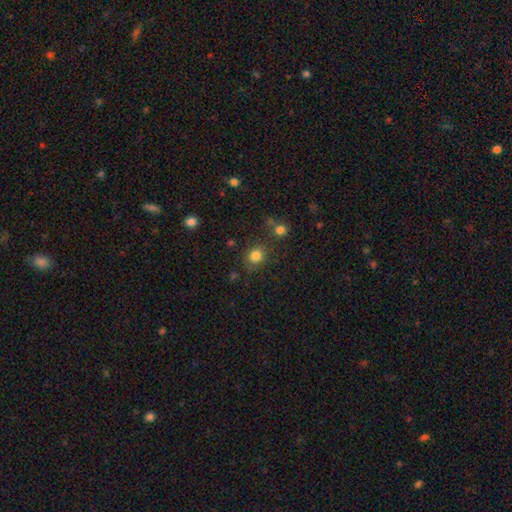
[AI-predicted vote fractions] This is clearly a smooth galaxy (82%). How rounded: likely round (80%). Merging: likely none (78%).